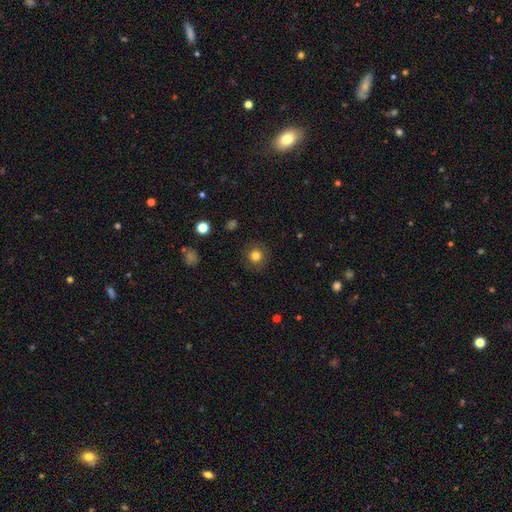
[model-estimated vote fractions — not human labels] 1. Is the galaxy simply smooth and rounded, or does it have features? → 79% smooth, 12% star or artifact, 9% featured or disk.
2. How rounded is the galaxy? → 93% round, 6% in between, 1% cigar-shaped.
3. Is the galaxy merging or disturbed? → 89% none, 7% minor disturbance, 3% major disturbance, 1% merger.